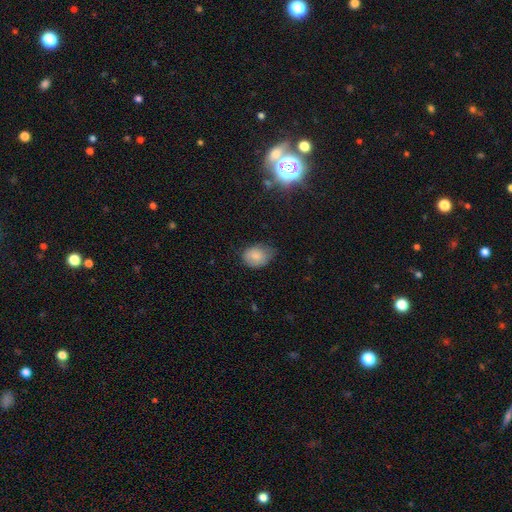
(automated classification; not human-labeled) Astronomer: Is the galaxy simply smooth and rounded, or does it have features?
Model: smooth — 84%.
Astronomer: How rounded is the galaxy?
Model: in between — 71%.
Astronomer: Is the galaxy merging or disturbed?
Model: none — 55% (runner-up: minor disturbance, 35%).